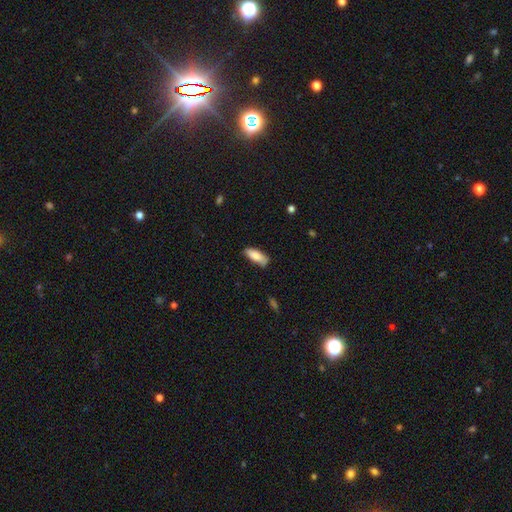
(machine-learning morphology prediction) smooth 81%, featured or disk 13%, star or artifact 6%. Down the decision tree: how rounded — in between (73%); merging — none (68%).